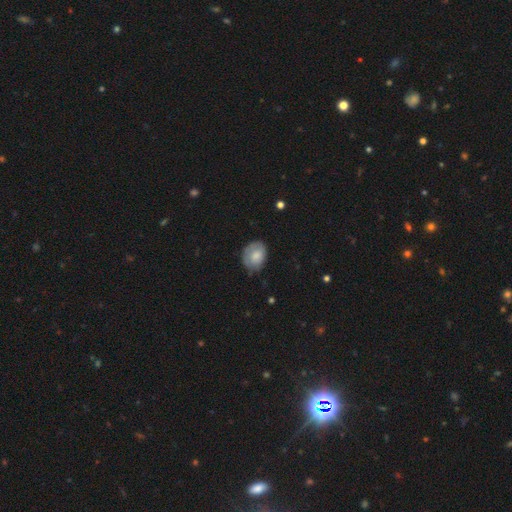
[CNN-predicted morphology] A smooth galaxy with no disk features (65%) that is in between round and cigar-shaped (64%).

Vote fractions:
- Smooth or featured? smooth: 65% / featured or disk: 28% / star or artifact: 7%
- How rounded? in between: 64% / round: 35% / cigar-shaped: 1%
- Merging? none: 60% / minor disturbance: 29% / major disturbance: 9% / merger: 2%